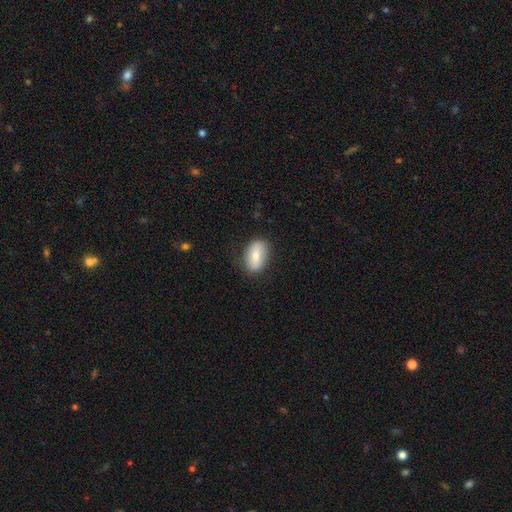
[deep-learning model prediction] A smooth galaxy with no disk features (72%) that is in between round and cigar-shaped (88%). Merging: none (81%).